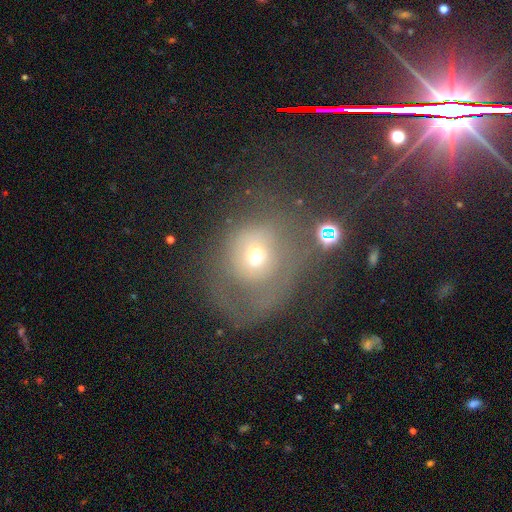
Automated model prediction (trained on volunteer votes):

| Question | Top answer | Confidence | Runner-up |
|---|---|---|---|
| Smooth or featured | smooth | 45% | featured or disk (36%) |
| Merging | none | 40% | major disturbance (34%) |